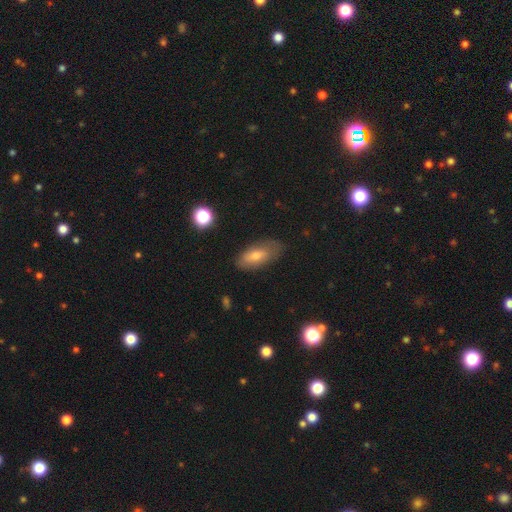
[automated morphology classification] smooth 60%, featured or disk 31%, star or artifact 9%. Down the decision tree: how rounded — in between (84%); merging — none (76%).